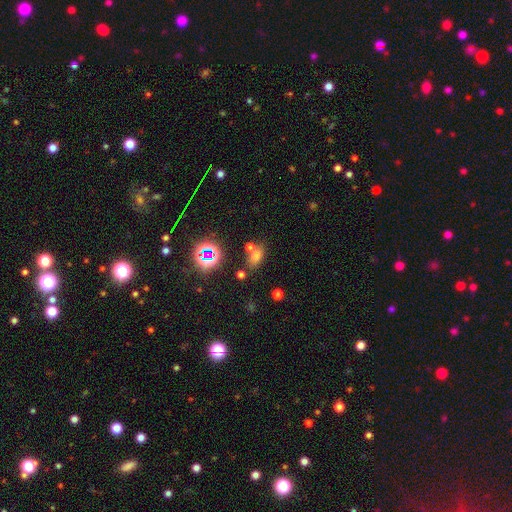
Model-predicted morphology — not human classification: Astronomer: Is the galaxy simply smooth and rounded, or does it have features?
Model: smooth — 62%.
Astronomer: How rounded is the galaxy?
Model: in between — 78%.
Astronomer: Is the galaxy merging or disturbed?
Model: none — 64%.